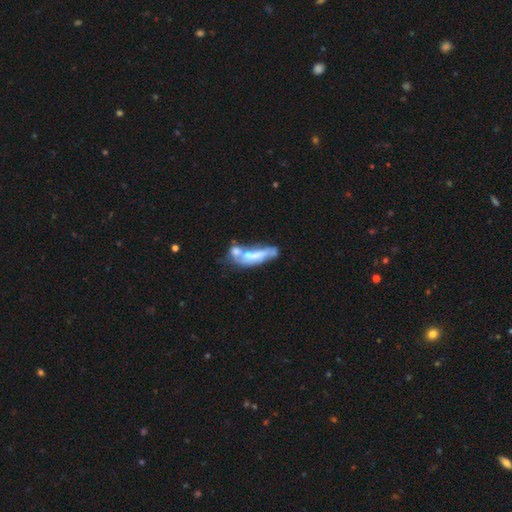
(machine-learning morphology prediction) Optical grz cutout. It shows a featured or disk galaxy (51%). Merging: merger (50%).